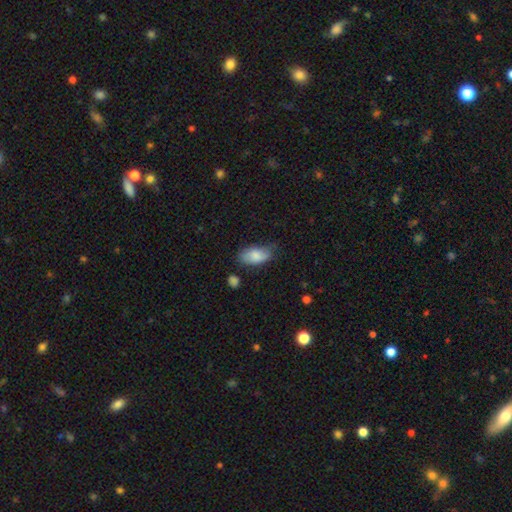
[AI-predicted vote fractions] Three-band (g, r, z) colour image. It shows a smooth galaxy with no disk features (82%) that is in between round and cigar-shaped (93%). Merging: none (57%).